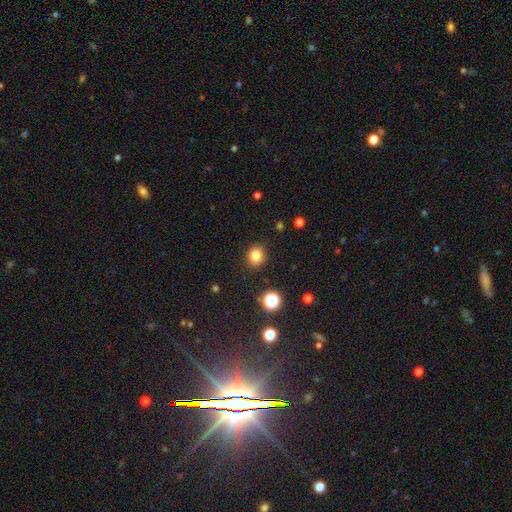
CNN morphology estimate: Smooth or featured? smooth (81%)
How rounded? round (82%)
Merging? none (89%)